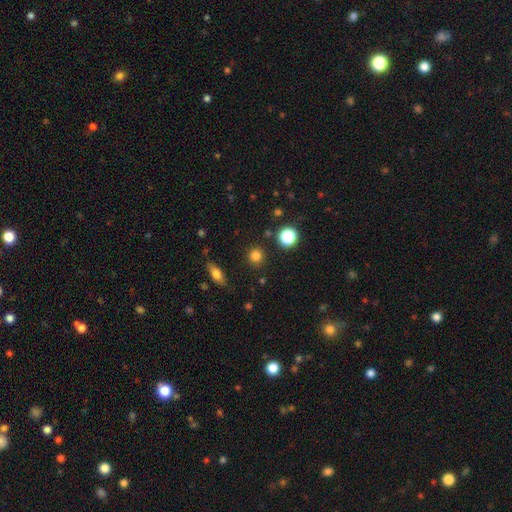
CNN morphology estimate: Smooth or featured? Predicted: smooth (p=0.81). How rounded? Predicted: round (p=0.91). Merging? Predicted: none (p=0.90).